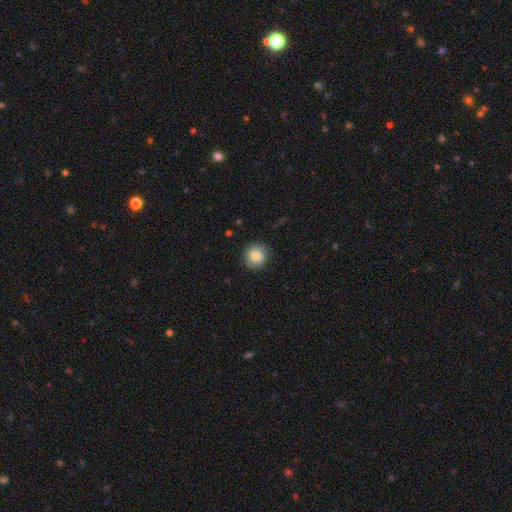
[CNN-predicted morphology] Smooth or featured? smooth (80%)
How rounded? round (90%)
Merging? none (87%)